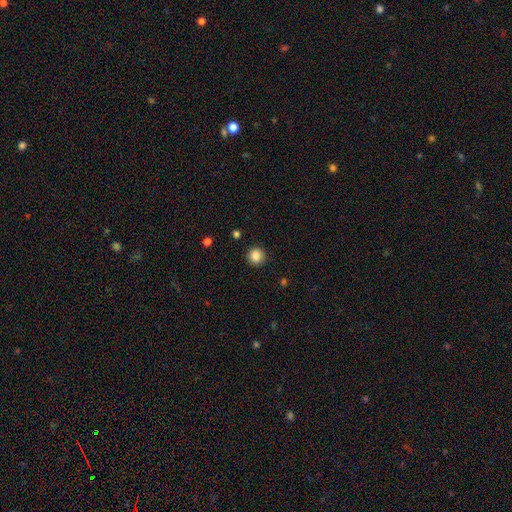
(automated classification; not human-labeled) smooth 86%, star or artifact 10%, featured or disk 4%. Down the decision tree: how rounded — round (93%); merging — none (92%).